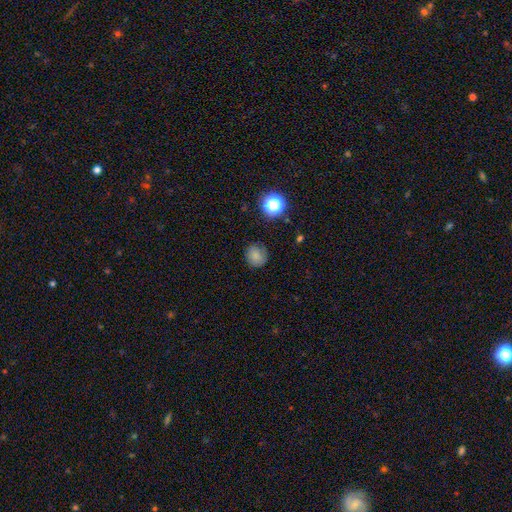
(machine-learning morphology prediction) This is likely a smooth galaxy (77%). How rounded: clearly round (85%). Merging: likely none (77%).